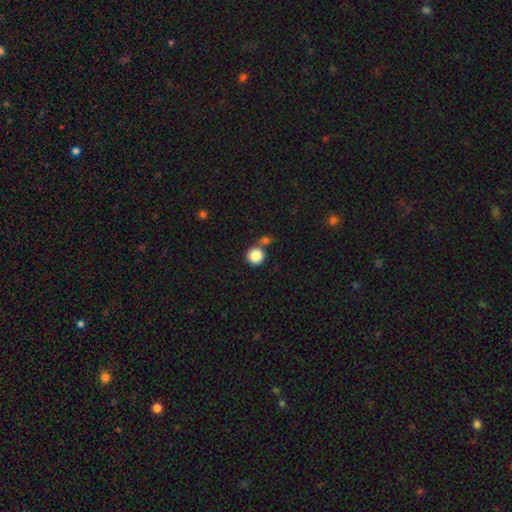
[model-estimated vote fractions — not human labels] Smooth or featured? smooth (86%)
How rounded? round (93%)
Merging? none (64%)